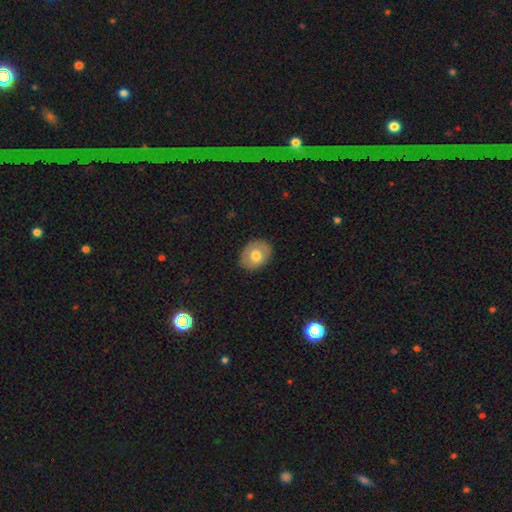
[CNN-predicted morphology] Overall: smooth (69%). How rounded: in between (57%; round 42%). Merging: none (85%).